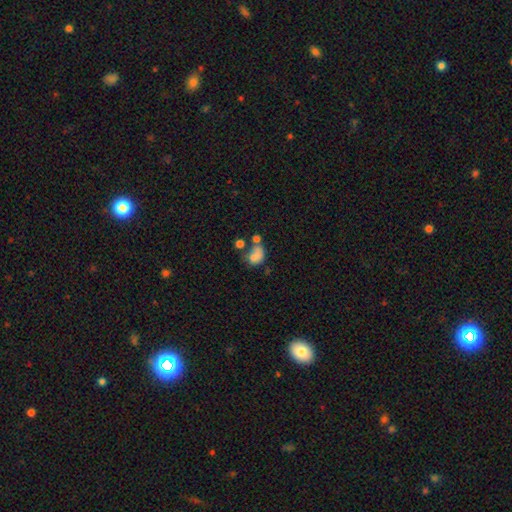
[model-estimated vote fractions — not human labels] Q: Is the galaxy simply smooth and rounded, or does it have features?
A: smooth — 72%.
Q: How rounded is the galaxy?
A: in between — 65%.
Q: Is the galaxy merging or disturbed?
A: merger — 39%.